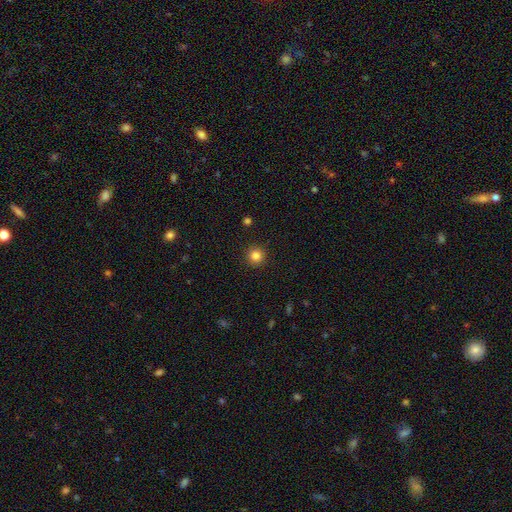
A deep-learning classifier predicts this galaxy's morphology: This appears to be a smooth galaxy with no disk features (84%) that is round (95%). Merging: none (93%).